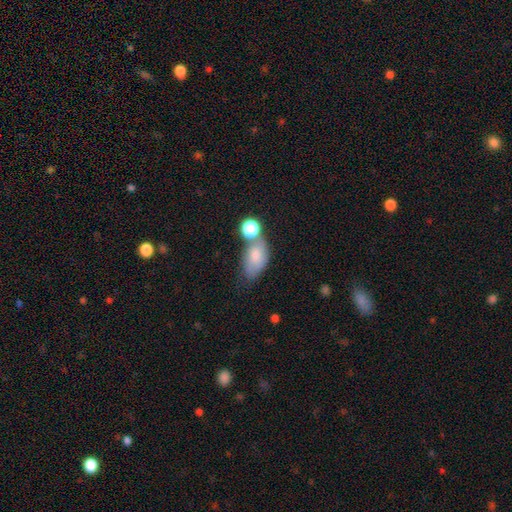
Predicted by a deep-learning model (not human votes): This is likely a smooth galaxy (73%). How rounded: clearly in between (86%). Merging: marginally none (36%).